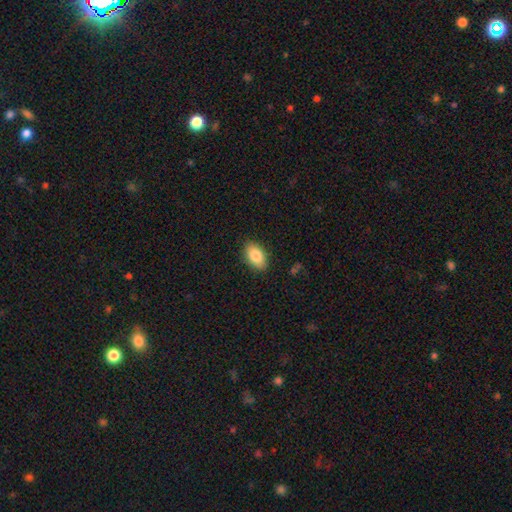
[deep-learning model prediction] Overall: smooth (84%). How rounded: in between (91%). Merging: none (86%).